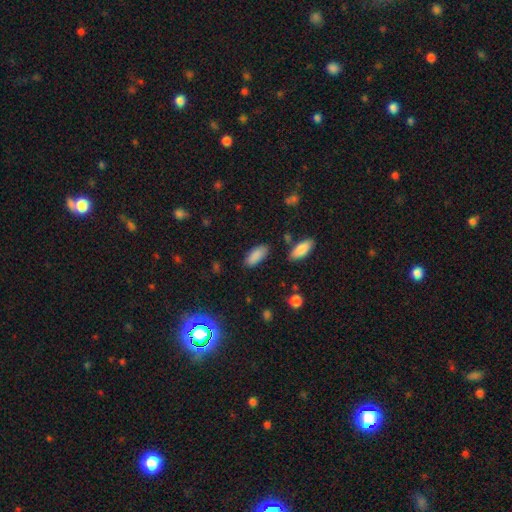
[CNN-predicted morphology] Smooth or featured? Predicted: smooth (p=0.88). How rounded? Predicted: in between (p=0.86). Merging? Predicted: none (p=0.83).